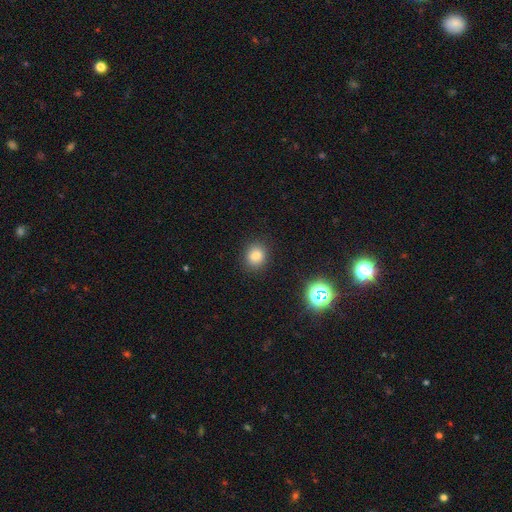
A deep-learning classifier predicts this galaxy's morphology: A smooth galaxy with no disk features (81%) that is round (68%). Merging: none (87%).